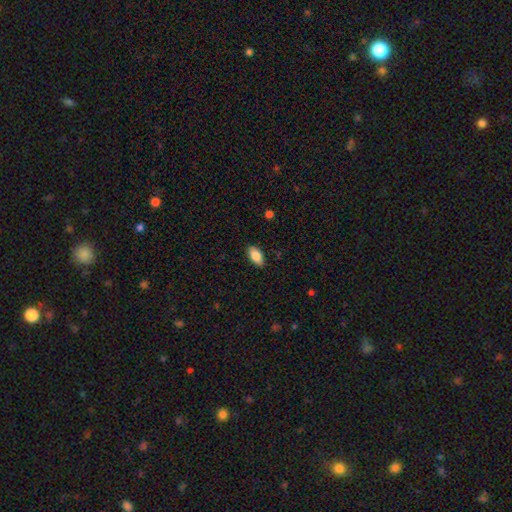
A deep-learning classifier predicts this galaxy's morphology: Smooth or featured?
  - smooth: 84% *
  - featured or disk: 9%
  - star or artifact: 7%
How rounded?
  - in between: 92% *
  - cigar-shaped: 5%
  - round: 3%
Merging?
  - none: 88% *
  - minor disturbance: 9%
  - major disturbance: 2%
  - merger: 1%